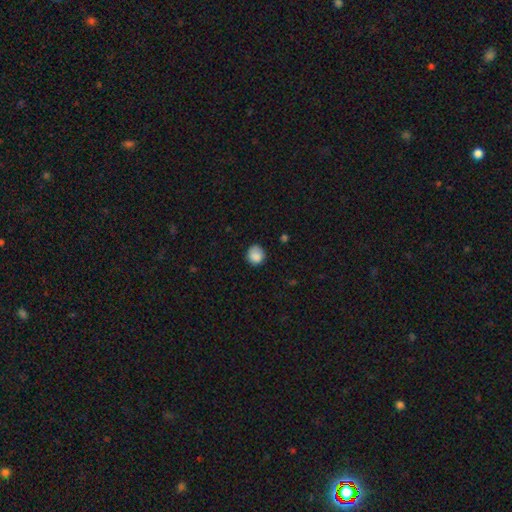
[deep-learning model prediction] A smooth galaxy with no disk features (87%) that is round (84%). Merging: none (77%).